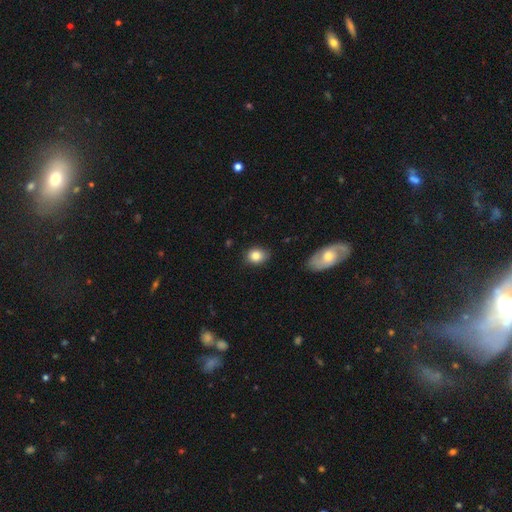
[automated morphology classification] Smooth or featured? Predicted: smooth (p=0.83). How rounded? Predicted: in between (p=0.55). Merging? Predicted: none (p=0.78).